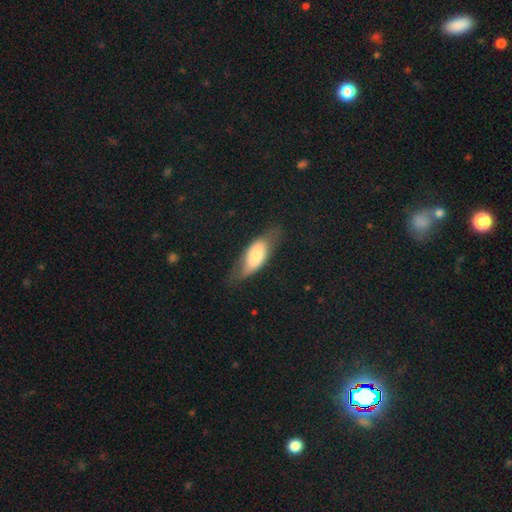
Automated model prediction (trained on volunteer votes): smooth 65%, featured or disk 28%, star or artifact 7%. Down the decision tree: how rounded — in between (80%); merging — none (58%).